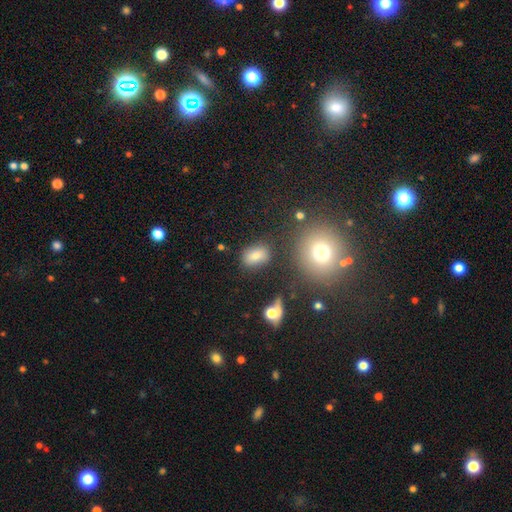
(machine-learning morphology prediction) type=smooth (76%); roundness=in between (78%); merging=none (77%).